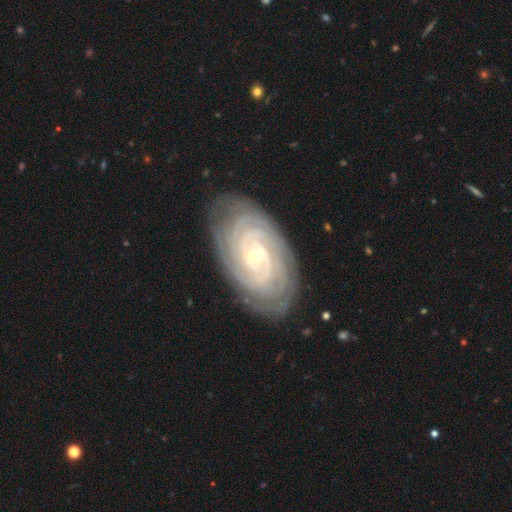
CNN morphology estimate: type=featured or disk (91%); edge-on=no (96%); bar=weak (41%); spiral arms=yes (98%); winding=tight (86%); arm count=4 (26%); bulge=small (64%); merging=none (83%).